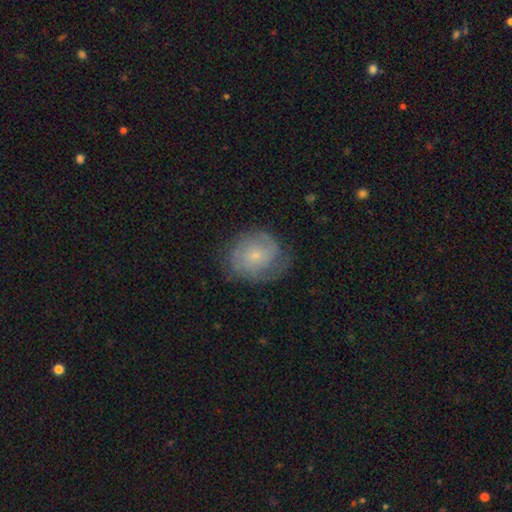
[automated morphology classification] Smooth or featured? featured or disk (61%)
Edge-on disk? no (98%)
Bar? no (74%)
Spiral arms? yes (89%)
Spiral winding? tight (55%)
Spiral arm count? 2 (38%)
Bulge size? small (72%)
Merging? none (68%)